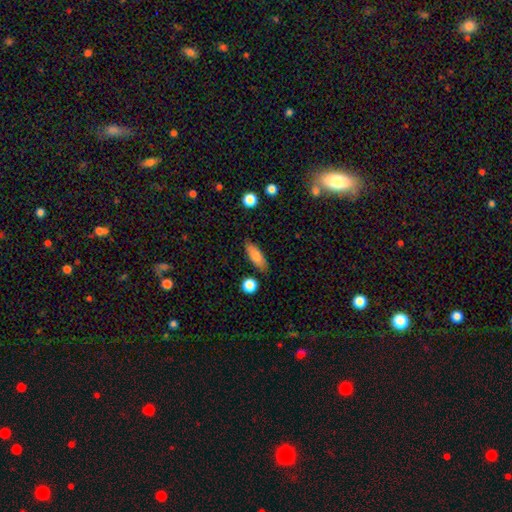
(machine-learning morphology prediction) This appears to be a smooth galaxy with no disk features (78%) that is in between round and cigar-shaped (69%). Merging: none (83%).